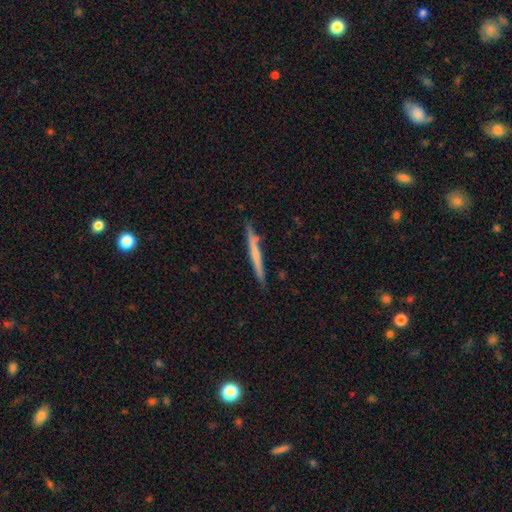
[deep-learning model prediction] smooth_or_featured: smooth (p=0.53) [alt: featured or disk p=0.41]
how_rounded: cigar-shaped (p=0.96) [alt: in between p=0.02]
merging: none (p=0.82) [alt: minor disturbance p=0.12]